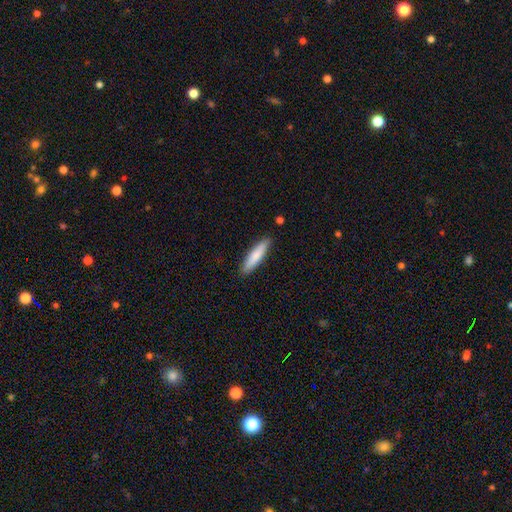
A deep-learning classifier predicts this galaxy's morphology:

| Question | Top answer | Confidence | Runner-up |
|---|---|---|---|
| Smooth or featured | smooth | 78% | featured or disk (17%) |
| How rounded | cigar-shaped | 79% | in between (20%) |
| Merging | none | 86% | minor disturbance (11%) |